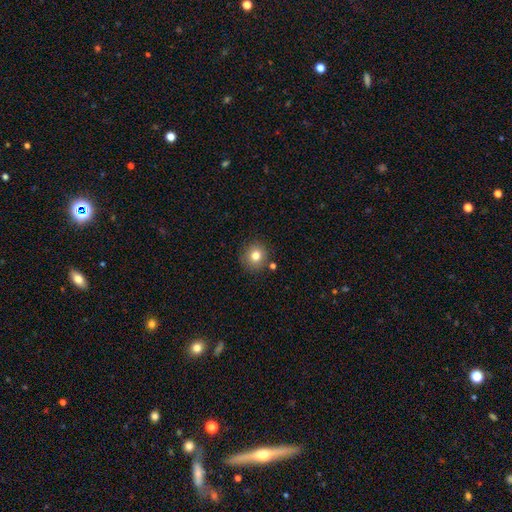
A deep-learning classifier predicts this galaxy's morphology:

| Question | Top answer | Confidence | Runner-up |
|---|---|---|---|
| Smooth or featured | smooth | 80% | star or artifact (11%) |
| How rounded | round | 88% | in between (11%) |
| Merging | none | 83% | minor disturbance (9%) |